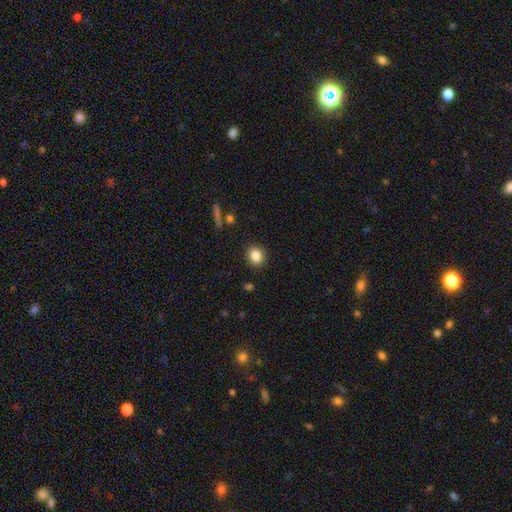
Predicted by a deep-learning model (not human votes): smooth-or-featured: smooth: 84% | star or artifact: 10% | featured or disk: 6%
  how-rounded: round: 74% | in between: 25% | cigar-shaped: 1%
  merging: none: 90% | minor disturbance: 7% | major disturbance: 2% | merger: 1%